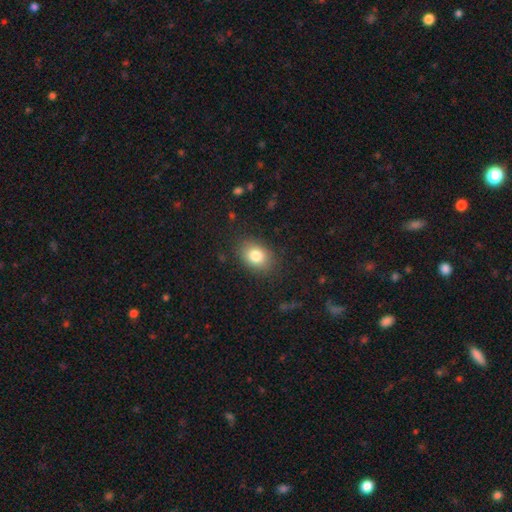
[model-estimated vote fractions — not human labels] smooth-or-featured: smooth: 82% | featured or disk: 9% | star or artifact: 9%
  how-rounded: in between: 70% | round: 29% | cigar-shaped: 1%
  merging: none: 84% | minor disturbance: 11% | major disturbance: 3% | merger: 1%